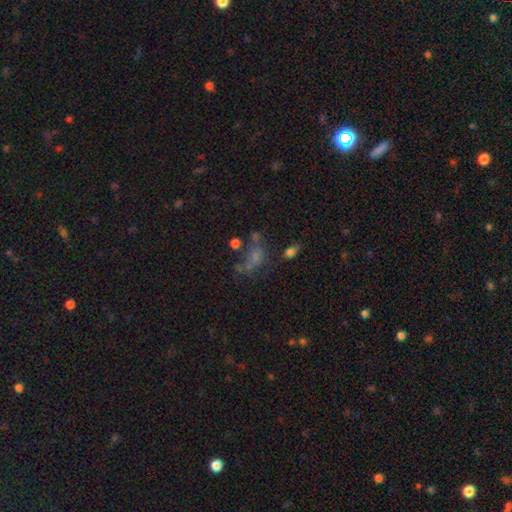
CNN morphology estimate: Overall: smooth (47%; star or artifact 31%). Merging: none (38%; major disturbance 25%).